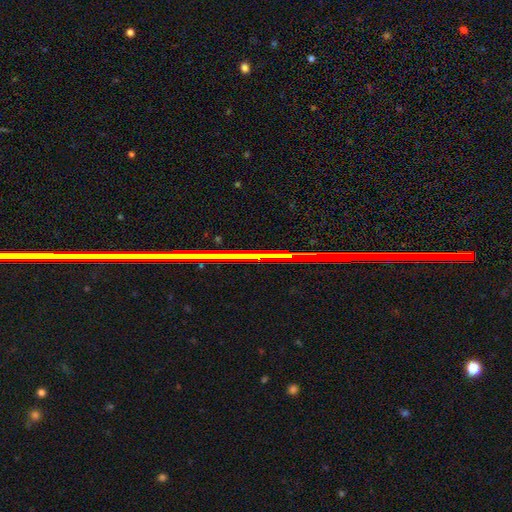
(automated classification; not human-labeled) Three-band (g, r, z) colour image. It shows a star or artifact, not a galaxy (72%).